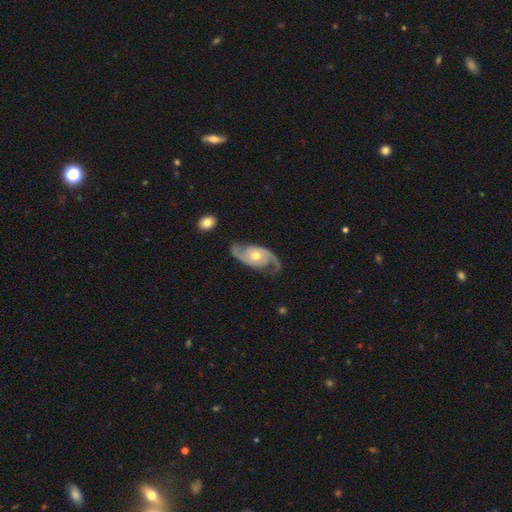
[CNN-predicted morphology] Overall: featured or disk (91%). Edge-on disk: no (96%). Bar: no (74%). Spiral arms: yes (97%). Spiral arm count: 2 (93%). Spiral winding: medium (47%; loose 32%). Bulge size: moderate (72%). Merging: none (75%).